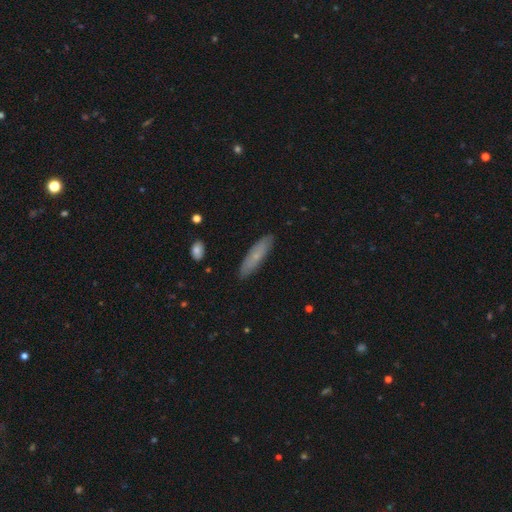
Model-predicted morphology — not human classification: Q: Smooth or featured?
A: smooth (63%); runner-up: featured or disk (29%)
Q: How rounded?
A: cigar-shaped (71%); runner-up: in between (27%)
Q: Merging?
A: none (88%); runner-up: minor disturbance (10%)